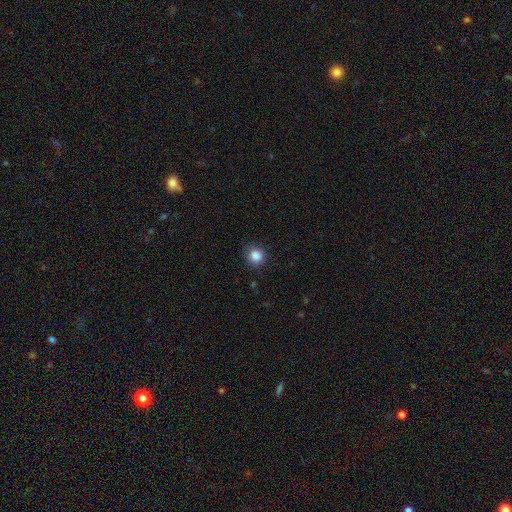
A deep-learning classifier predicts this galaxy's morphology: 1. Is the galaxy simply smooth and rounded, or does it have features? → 86% smooth, 10% star or artifact, 4% featured or disk.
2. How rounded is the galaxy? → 87% round, 12% in between, 1% cigar-shaped.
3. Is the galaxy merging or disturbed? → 83% none, 13% minor disturbance, 3% major disturbance, 1% merger.